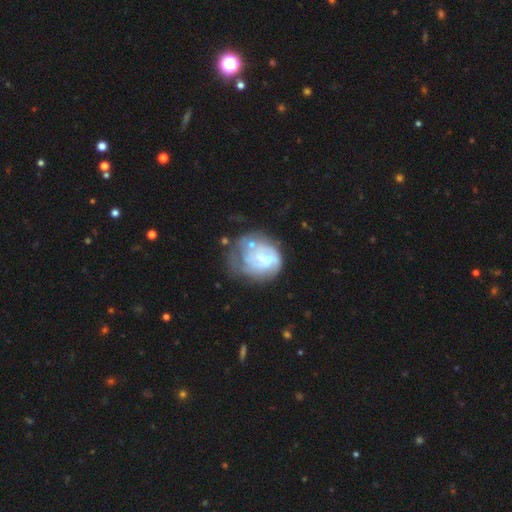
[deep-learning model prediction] Morphology: type=featured or disk (65%); edge-on=no (98%); bar=no (61%); spiral arms=no (51%); bulge=small (40%); merging=major disturbance (33%).